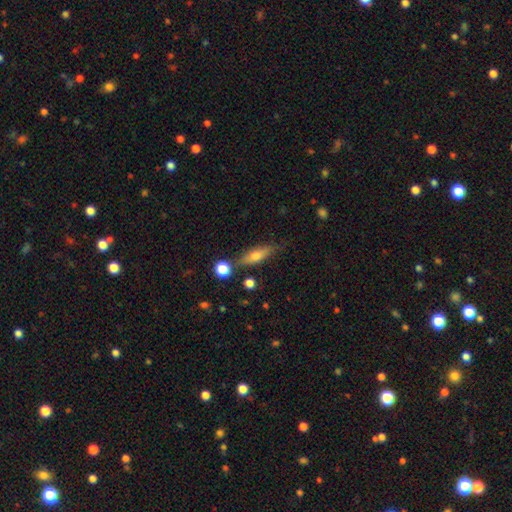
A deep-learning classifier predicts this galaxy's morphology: Smooth or featured? smooth (53%)
How rounded? cigar-shaped (57%)
Merging? none (72%)